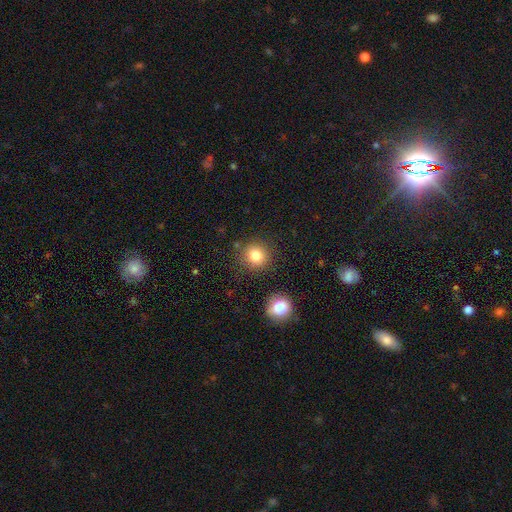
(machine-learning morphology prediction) The model was most divided on "smooth or featured": smooth: 81%, star or artifact: 12%, featured or disk: 7%. More confident: how rounded — round (90%); merging — none (84%).